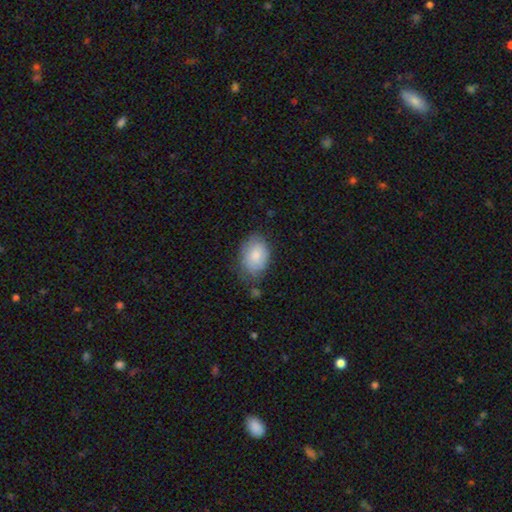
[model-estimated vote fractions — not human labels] Smooth or featured? Predicted: smooth (p=0.80). How rounded? Predicted: in between (p=0.78). Merging? Predicted: none (p=0.61).